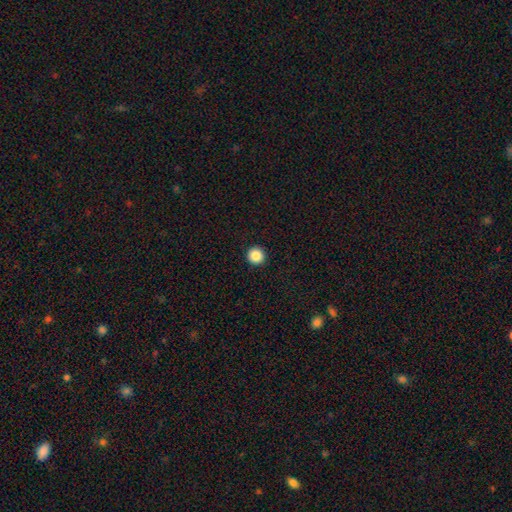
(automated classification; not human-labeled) smooth 87%, star or artifact 10%, featured or disk 4%. Down the decision tree: how rounded — round (96%); merging — none (94%).